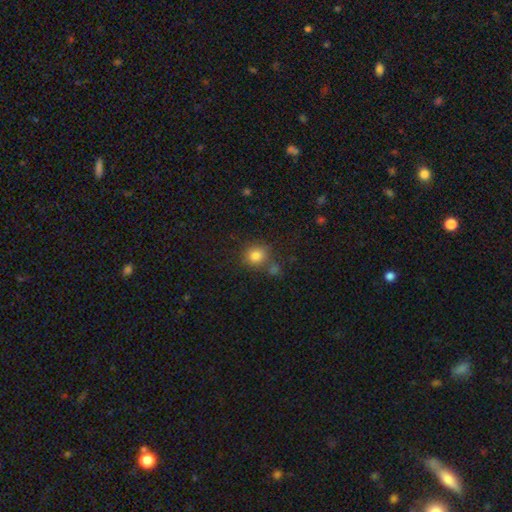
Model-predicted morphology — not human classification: smooth_or_featured: smooth (p=0.83) [alt: star or artifact p=0.11]
how_rounded: round (p=0.83) [alt: in between p=0.16]
merging: none (p=0.69) [alt: merger p=0.14]